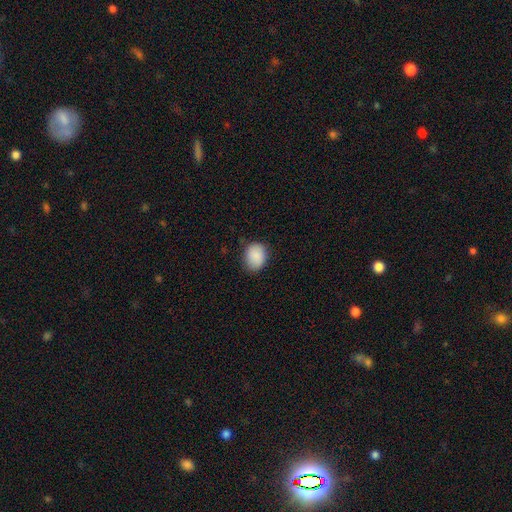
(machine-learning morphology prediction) Smooth or featured? Predicted: smooth (p=0.88). How rounded? Predicted: round (p=0.50). Merging? Predicted: none (p=0.79).